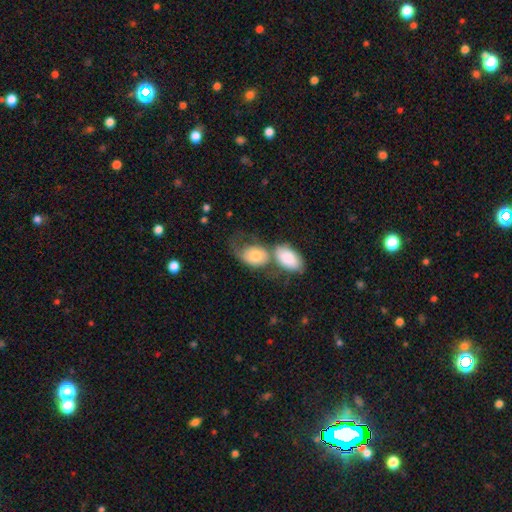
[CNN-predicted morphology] Smooth or featured? Predicted: smooth (p=0.69). How rounded? Predicted: in between (p=0.76). Merging? Predicted: merger (p=0.54).